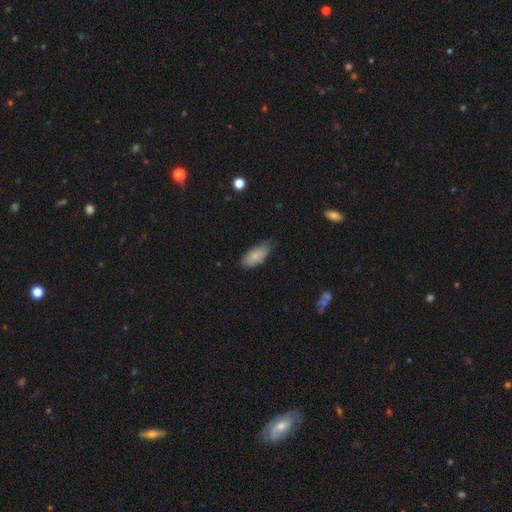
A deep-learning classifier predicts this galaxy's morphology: This appears to be a smooth galaxy with no disk features (83%) that is in between round and cigar-shaped (90%). Merging: none (54%).